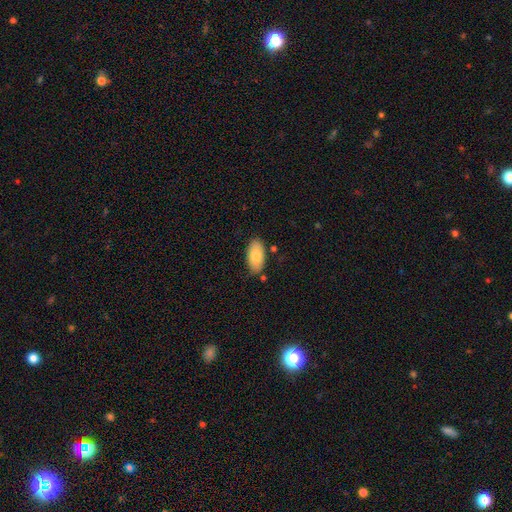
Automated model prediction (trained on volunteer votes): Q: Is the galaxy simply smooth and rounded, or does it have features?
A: smooth — 81%.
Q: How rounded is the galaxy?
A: in between — 94%.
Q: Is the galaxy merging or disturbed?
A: none — 79%.